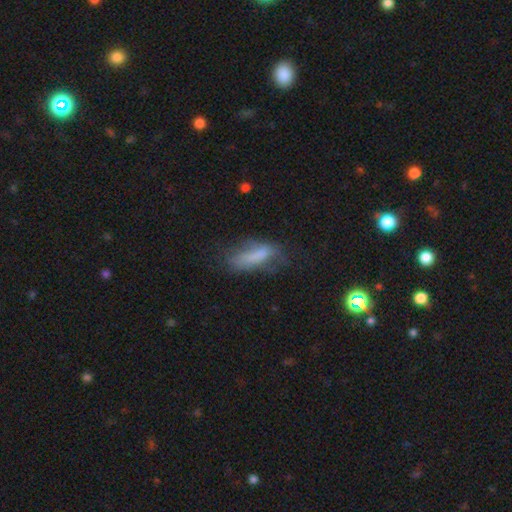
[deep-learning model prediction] Smooth or featured?
  - smooth: 63% *
  - featured or disk: 26%
  - star or artifact: 11%
How rounded?
  - in between: 62% *
  - cigar-shaped: 36%
  - round: 3%
Merging?
  - none: 40% *
  - minor disturbance: 31%
  - major disturbance: 25%
  - merger: 4%